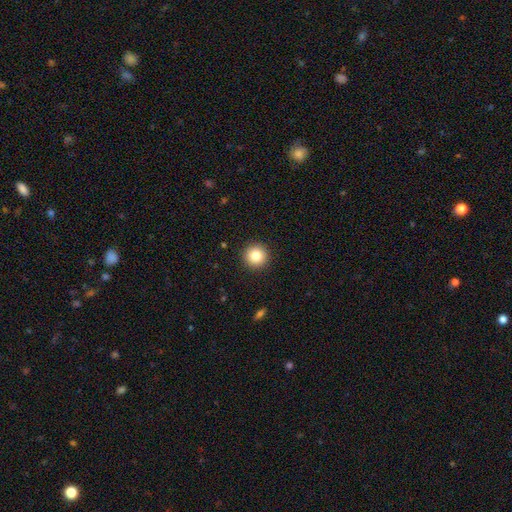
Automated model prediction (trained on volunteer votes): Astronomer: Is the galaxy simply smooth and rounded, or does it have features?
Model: smooth — 84%.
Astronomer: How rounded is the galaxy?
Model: round — 95%.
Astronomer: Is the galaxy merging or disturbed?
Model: none — 93%.